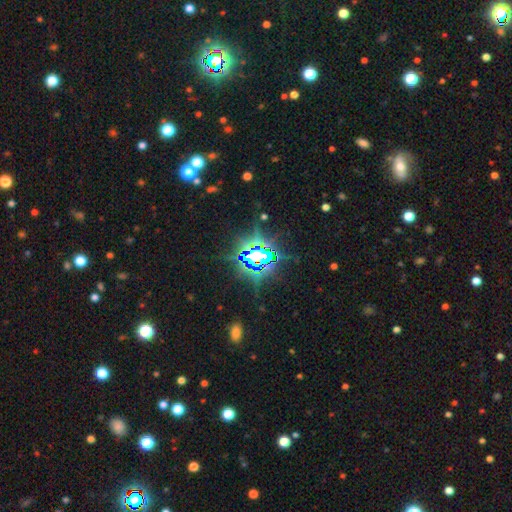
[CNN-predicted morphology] Overall: star or artifact (79%).